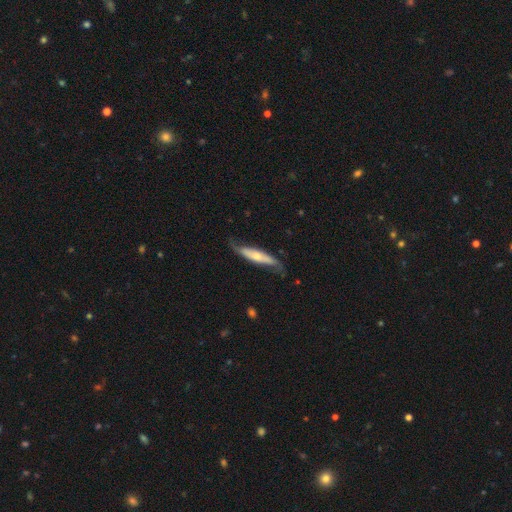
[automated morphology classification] Smooth or featured: featured or disk — 66% (smooth — 28%)
Edge-on disk: no — 54% (yes — 46%)
Merging: none — 67% (minor disturbance — 23%)